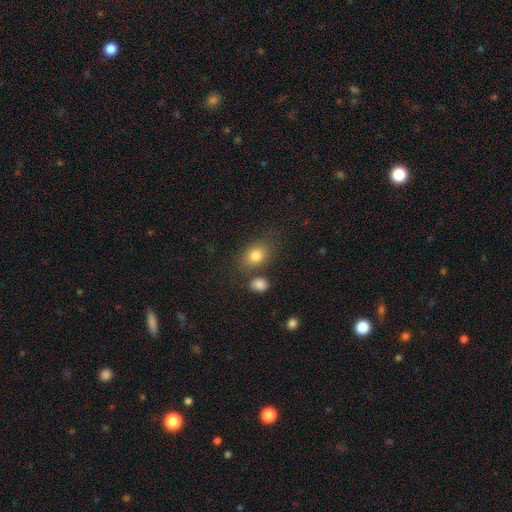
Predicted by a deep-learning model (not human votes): A smooth galaxy with no disk features (81%) that is in between round and cigar-shaped (64%).

Vote fractions:
- Smooth or featured? smooth: 81% / star or artifact: 10% / featured or disk: 9%
- How rounded? in between: 64% / round: 35% / cigar-shaped: 1%
- Merging? none: 68% / minor disturbance: 14% / merger: 12% / major disturbance: 5%